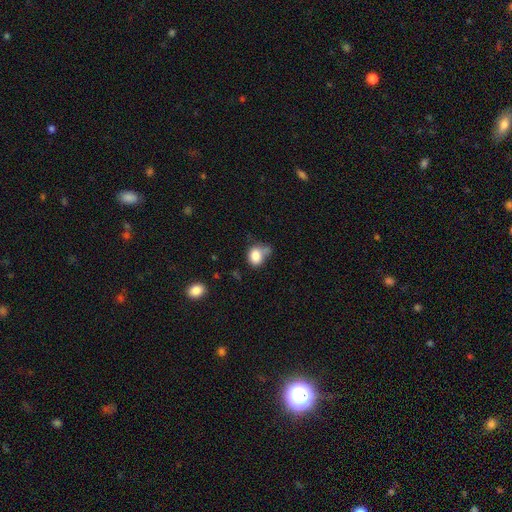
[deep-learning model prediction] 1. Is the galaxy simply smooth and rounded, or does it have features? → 83% smooth, 10% star or artifact, 7% featured or disk.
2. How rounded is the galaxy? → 55% in between, 44% round, 1% cigar-shaped.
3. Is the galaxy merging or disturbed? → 40% none, 27% minor disturbance, 20% merger, 13% major disturbance.